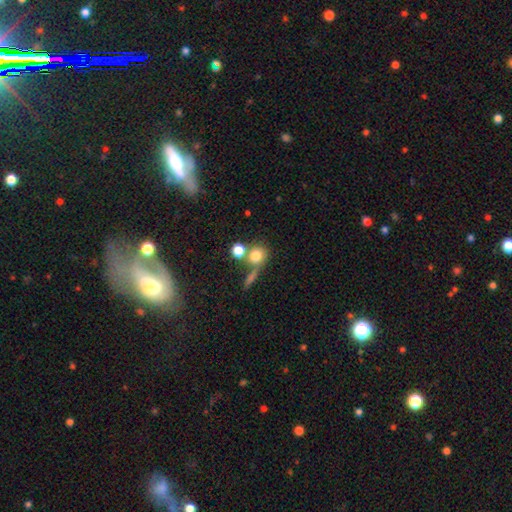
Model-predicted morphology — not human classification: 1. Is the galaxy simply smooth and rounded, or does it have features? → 76% smooth, 12% featured or disk, 12% star or artifact.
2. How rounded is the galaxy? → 80% round, 18% in between, 3% cigar-shaped.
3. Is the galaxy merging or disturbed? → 49% none, 34% merger, 10% minor disturbance, 7% major disturbance.